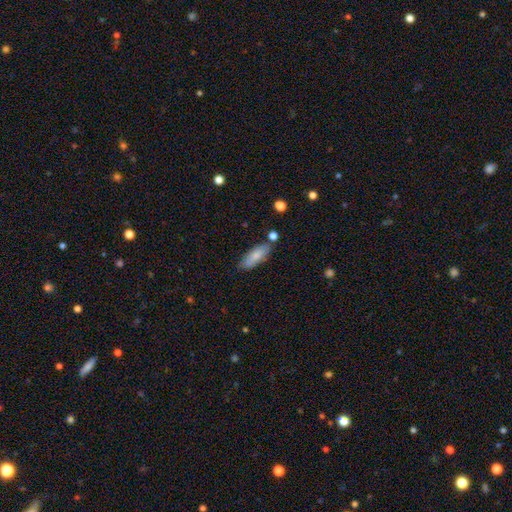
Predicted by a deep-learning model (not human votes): This appears to be a smooth galaxy with no disk features (80%) that is in between round and cigar-shaped (66%). Merging: none (73%).